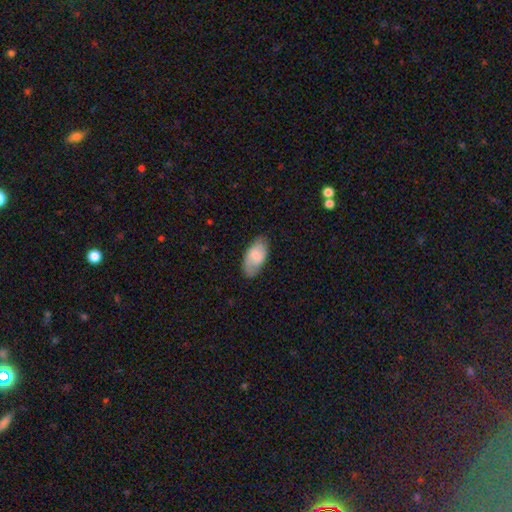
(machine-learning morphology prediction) This appears to be a smooth galaxy with no disk features (67%) that is in between round and cigar-shaped (94%). Merging: none (74%).